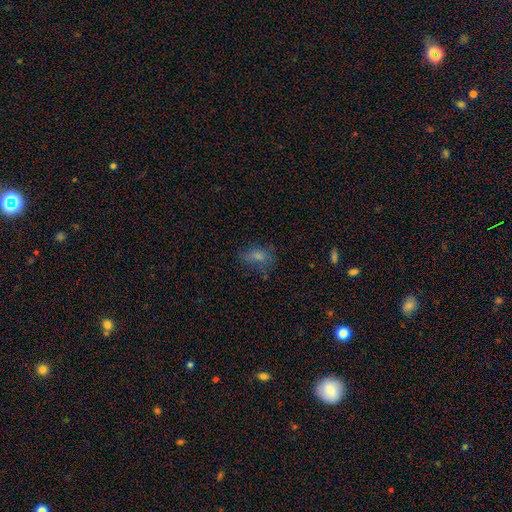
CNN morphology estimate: This appears to be a smooth galaxy with no disk features (50%). Merging: none (60%).